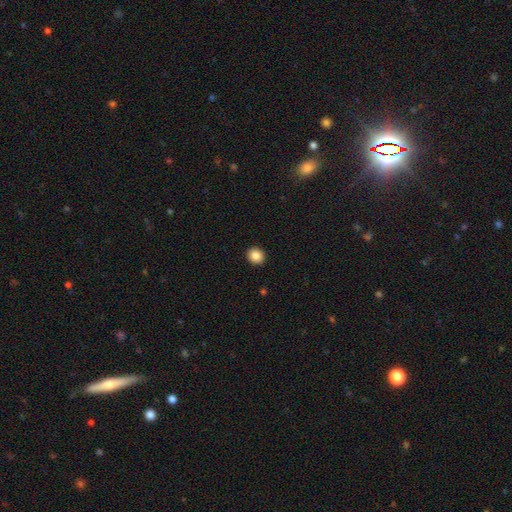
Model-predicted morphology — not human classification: Smooth or featured? Predicted: smooth (p=0.87). How rounded? Predicted: round (p=0.83). Merging? Predicted: none (p=0.93).